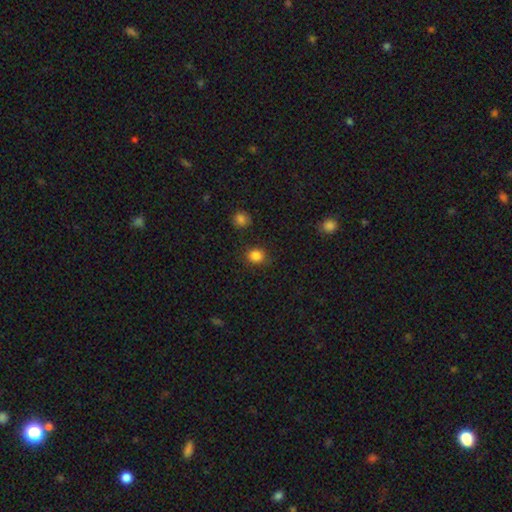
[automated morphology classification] Smooth or featured? Predicted: smooth (p=0.85). How rounded? Predicted: round (p=0.74). Merging? Predicted: none (p=0.86).